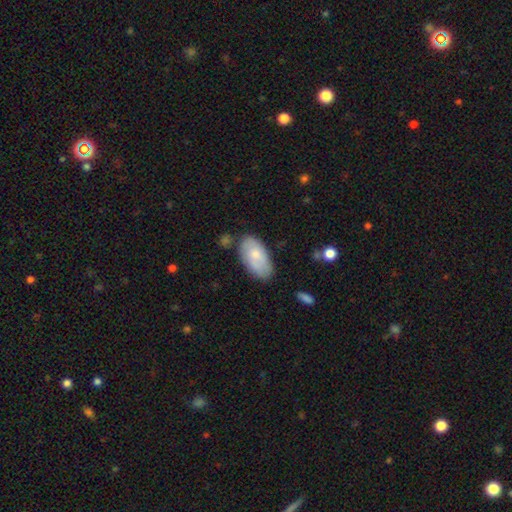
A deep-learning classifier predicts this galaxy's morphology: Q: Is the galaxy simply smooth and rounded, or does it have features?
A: smooth — 68%.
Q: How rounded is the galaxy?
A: in between — 94%.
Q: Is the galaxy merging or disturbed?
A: none — 69%.